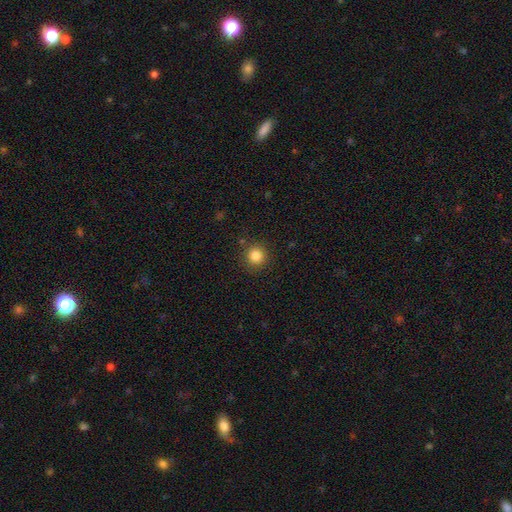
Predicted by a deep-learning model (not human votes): smooth 84%, star or artifact 11%, featured or disk 5%. Down the decision tree: how rounded — round (92%); merging — none (88%).